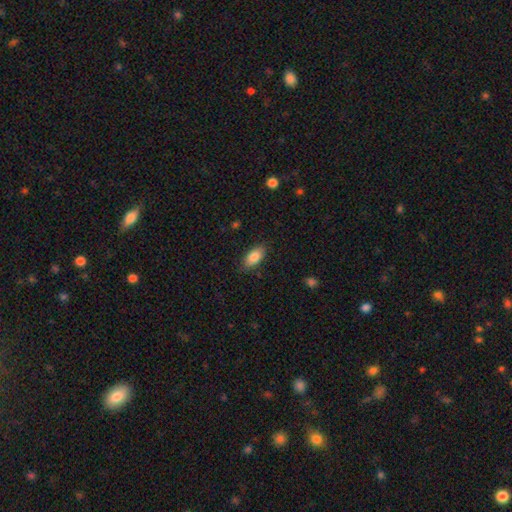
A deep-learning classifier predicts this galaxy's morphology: smooth_or_featured: smooth (p=0.85) [alt: featured or disk p=0.08]
how_rounded: in between (p=0.91) [alt: cigar-shaped p=0.06]
merging: none (p=0.84) [alt: minor disturbance p=0.12]